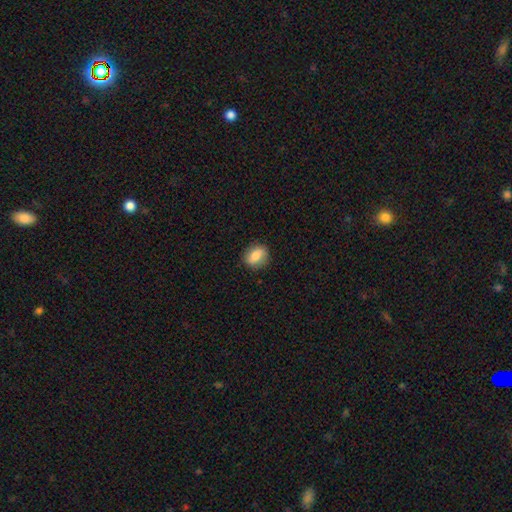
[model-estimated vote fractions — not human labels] Smooth or featured?
  - smooth: 81% *
  - featured or disk: 11%
  - star or artifact: 8%
How rounded?
  - in between: 58% *
  - round: 40%
  - cigar-shaped: 2%
Merging?
  - none: 84% *
  - minor disturbance: 12%
  - major disturbance: 3%
  - merger: 1%